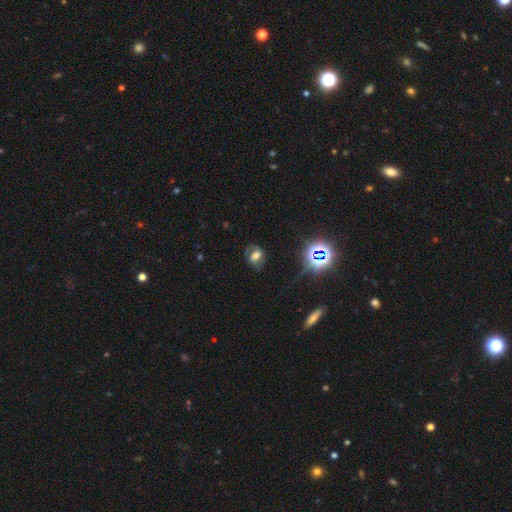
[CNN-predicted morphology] Overall: smooth (46%; featured or disk 33%). Merging: none (69%).